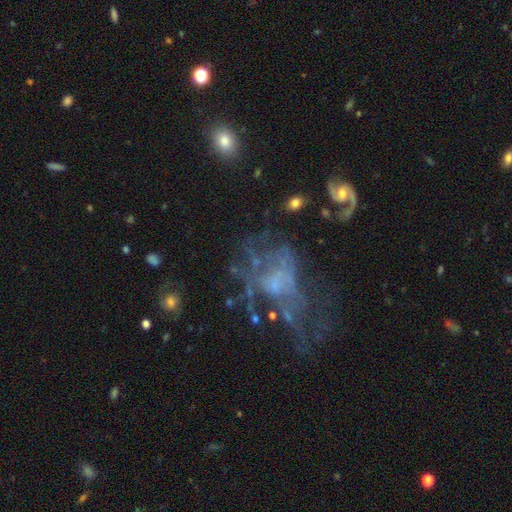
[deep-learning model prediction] This is possibly a featured or disk galaxy (56%). It is clearly not viewed edge-on (95%). Bar: likely no (75%). Spiral arm pattern: possibly no (57%). Central bulge: marginally small (45%). Merging: marginally none (40%).